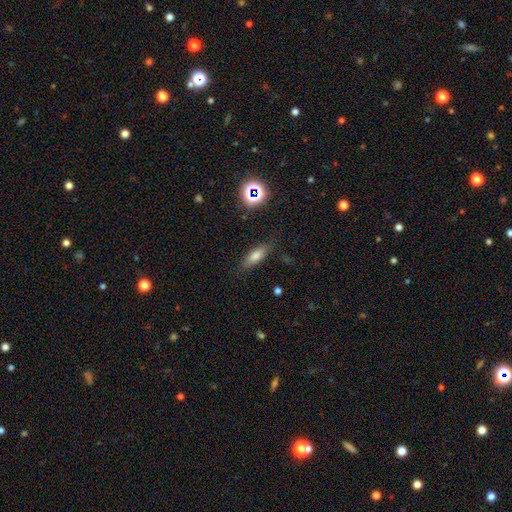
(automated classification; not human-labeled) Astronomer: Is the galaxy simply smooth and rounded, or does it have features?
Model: smooth — 70%.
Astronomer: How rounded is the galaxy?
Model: in between — 58% (runner-up: cigar-shaped, 39%).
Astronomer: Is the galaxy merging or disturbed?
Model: none — 82%.